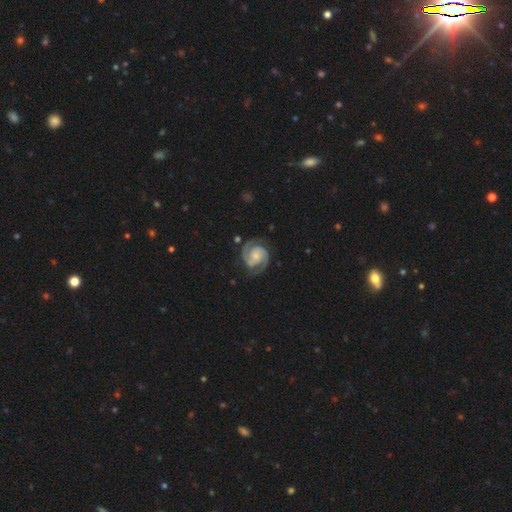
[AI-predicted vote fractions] smooth-or-featured: featured or disk: 91% | smooth: 4% | star or artifact: 4%
  disk-edge-on: no: 98% | yes: 2%
    bar: no: 61% | weak: 29% | strong: 9%
    has-spiral-arms: yes: 98% | no: 2%
      spiral-winding: tight: 53% | medium: 41% | loose: 6%
      spiral-arm-count: 2: 93% | can't tell: 2% | 3: 2% | 1: 1% | 4: 1% | more than 4: 1%
    bulge-size: small: 44% | moderate: 33% | none: 15% | large: 5% | dominant: 1%
  merging: none: 81% | minor disturbance: 13% | major disturbance: 4% | merger: 2%